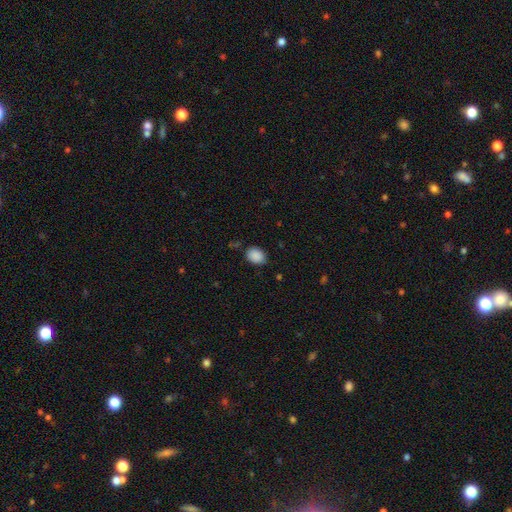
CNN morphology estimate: This appears to be a smooth galaxy with no disk features (89%) that is in between round and cigar-shaped (66%). Merging: none (80%).